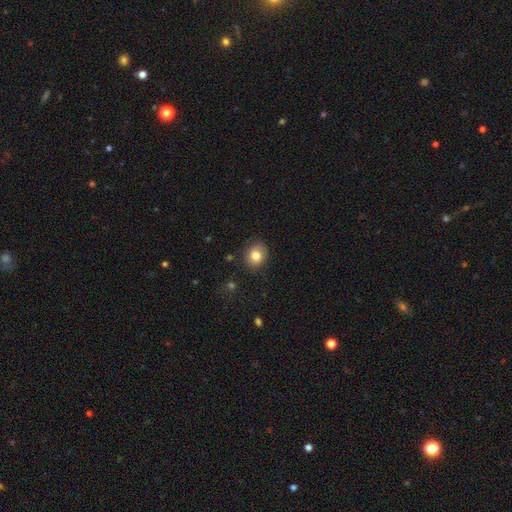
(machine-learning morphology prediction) A smooth galaxy with no disk features (80%) that is round (66%). Merging: none (82%).